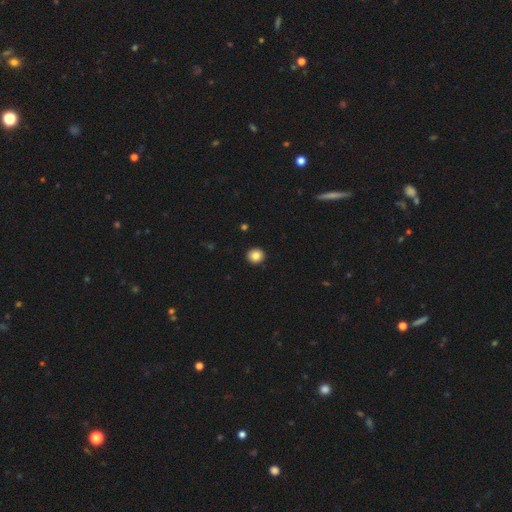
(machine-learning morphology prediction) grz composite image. It shows a smooth galaxy with no disk features (85%) that is round (90%). Merging: none (93%).